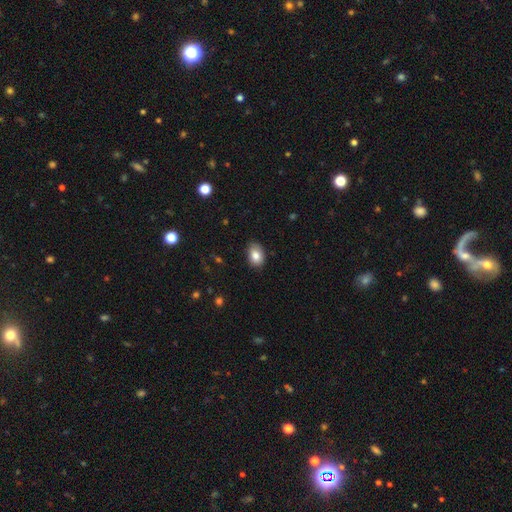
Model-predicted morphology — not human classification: The model was most divided on "how rounded": in between: 81%, round: 18%, cigar-shaped: 1%. More confident: smooth or featured — smooth (83%); merging — none (83%).